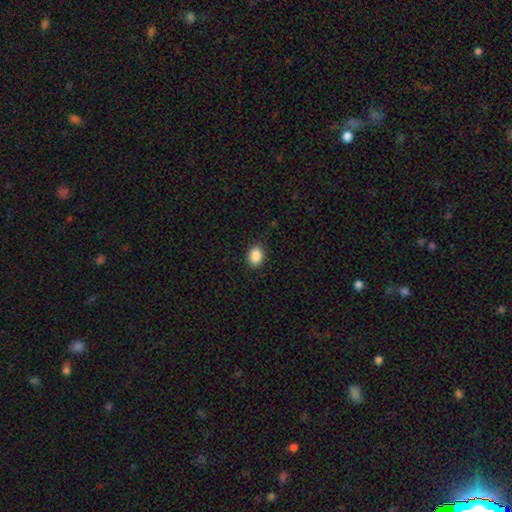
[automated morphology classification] This is clearly a smooth galaxy (88%). How rounded: likely in between (61%). Merging: clearly none (89%).